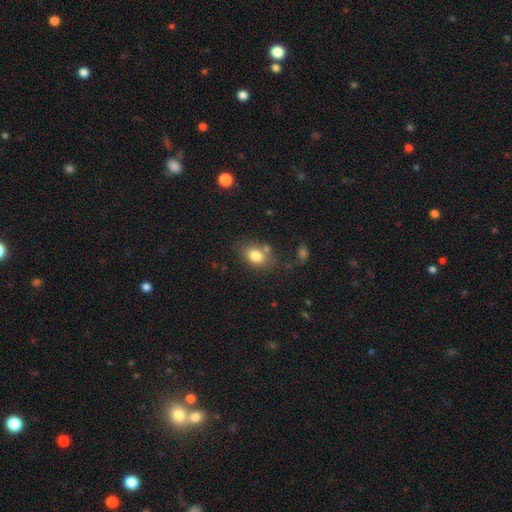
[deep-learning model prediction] Smooth or featured?
  - smooth: 80% *
  - featured or disk: 10%
  - star or artifact: 10%
How rounded?
  - in between: 70% *
  - round: 29%
  - cigar-shaped: 1%
Merging?
  - none: 65% *
  - minor disturbance: 16%
  - merger: 13%
  - major disturbance: 5%